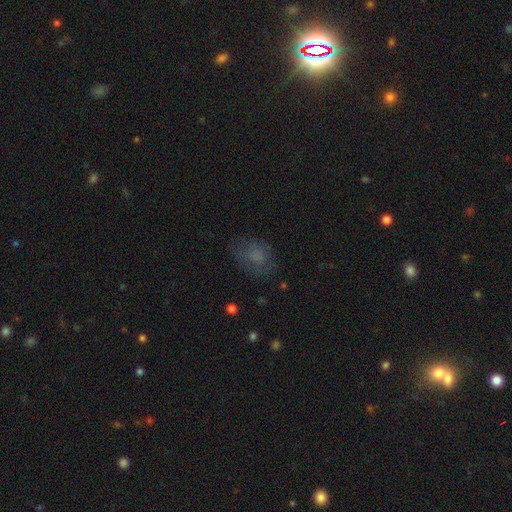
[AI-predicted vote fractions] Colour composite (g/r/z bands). It shows a smooth galaxy with no disk features (64%) that is in between round and cigar-shaped (55%). Merging: none (61%).